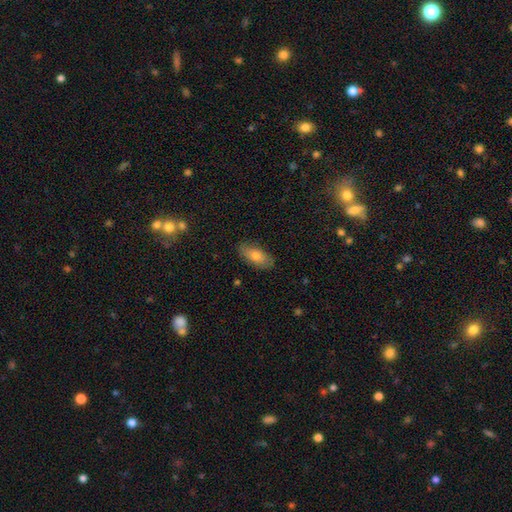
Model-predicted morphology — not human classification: A smooth galaxy with no disk features (74%) that is in between round and cigar-shaped (86%). Merging: none (85%).